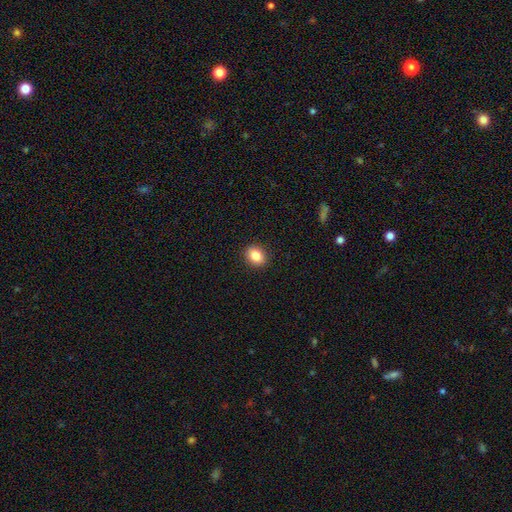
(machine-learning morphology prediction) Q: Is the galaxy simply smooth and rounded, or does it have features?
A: smooth — 84%.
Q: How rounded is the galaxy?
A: in between — 50%.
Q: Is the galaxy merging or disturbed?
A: none — 91%.